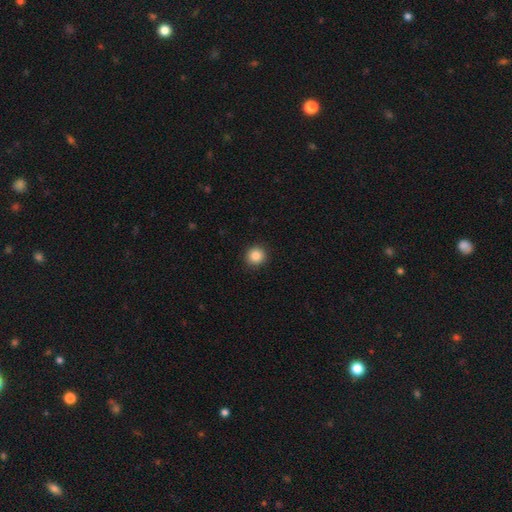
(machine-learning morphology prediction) smooth 86%, star or artifact 10%, featured or disk 4%. Down the decision tree: how rounded — round (93%); merging — none (92%).